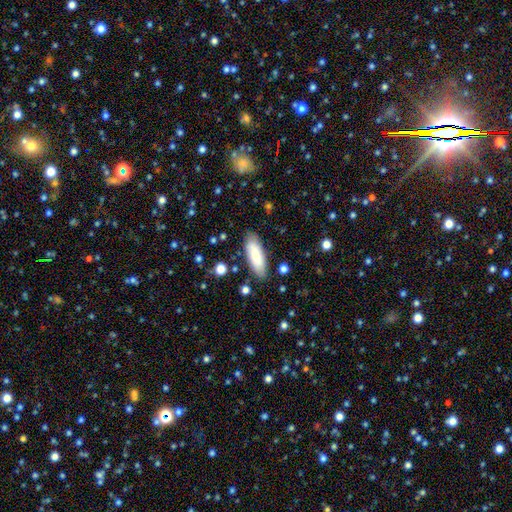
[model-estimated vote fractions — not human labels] smooth 83%, featured or disk 11%, star or artifact 6%. Down the decision tree: how rounded — in between (67%); merging — none (83%).